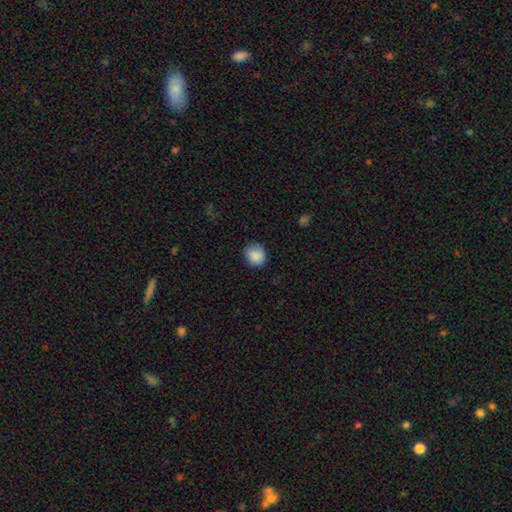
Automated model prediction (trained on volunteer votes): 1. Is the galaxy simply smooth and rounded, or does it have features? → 87% smooth, 8% star or artifact, 5% featured or disk.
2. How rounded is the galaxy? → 78% round, 21% in between, 1% cigar-shaped.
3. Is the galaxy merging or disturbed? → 82% none, 14% minor disturbance, 3% major disturbance, 1% merger.